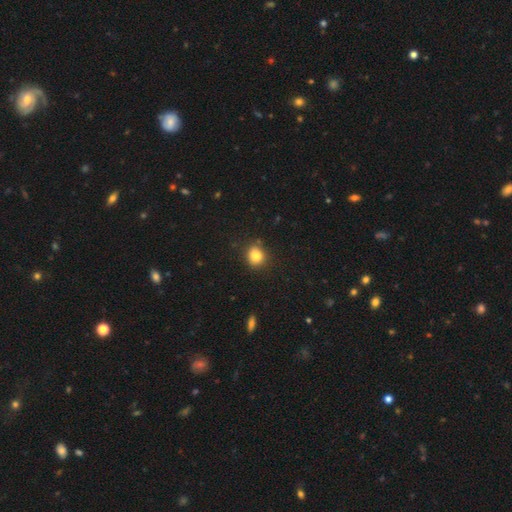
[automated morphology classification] A smooth galaxy with no disk features (84%) that is round (70%).

Vote fractions:
- Smooth or featured? smooth: 84% / star or artifact: 11% / featured or disk: 6%
- How rounded? round: 70% / in between: 29% / cigar-shaped: 1%
- Merging? none: 81% / minor disturbance: 13% / major disturbance: 3% / merger: 3%